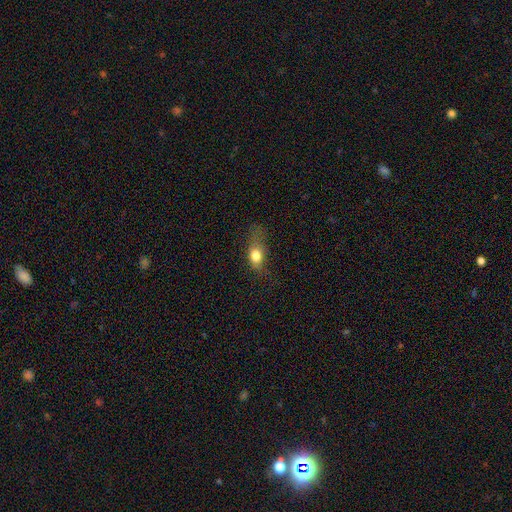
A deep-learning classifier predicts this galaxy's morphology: The model was most divided on "merging": none: 36%, major disturbance: 31%, minor disturbance: 31%, merger: 2%. More confident: smooth or featured — smooth (77%); how rounded — in between (67%).